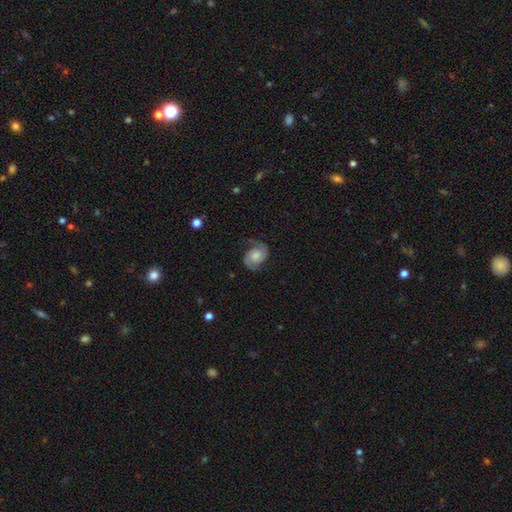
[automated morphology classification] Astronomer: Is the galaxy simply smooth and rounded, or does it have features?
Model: featured or disk — 83%.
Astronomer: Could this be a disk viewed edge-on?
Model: no — 98%.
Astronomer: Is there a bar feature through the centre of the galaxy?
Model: no — 71%.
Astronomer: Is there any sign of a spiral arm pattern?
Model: yes — 97%.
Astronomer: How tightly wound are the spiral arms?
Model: medium — 49% (runner-up: tight, 28%).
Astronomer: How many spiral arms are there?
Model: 2 — 92%.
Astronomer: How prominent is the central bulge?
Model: moderate — 43% (runner-up: small, 29%).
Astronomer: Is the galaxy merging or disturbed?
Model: none — 73%.